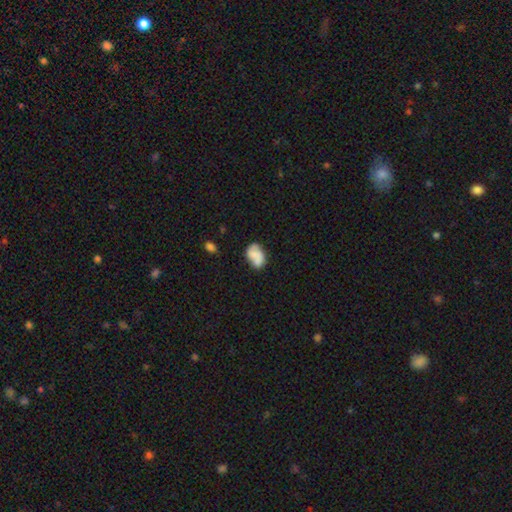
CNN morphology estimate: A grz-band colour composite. It shows a smooth galaxy with no disk features (63%) that is in between round and cigar-shaped (83%). Merging: none (51%).